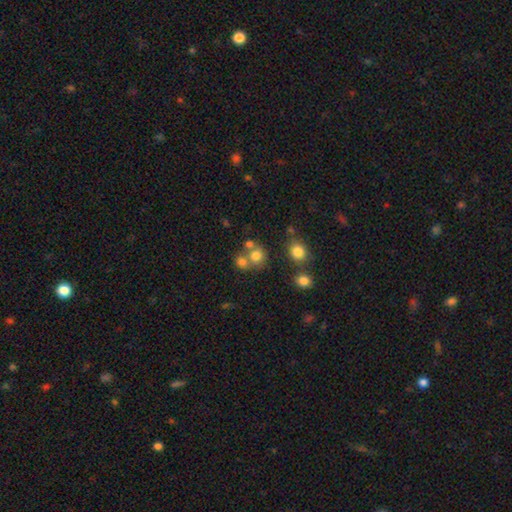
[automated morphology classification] This is likely a smooth galaxy (72%). How rounded: likely round (79%). Merging: possibly none (50%).